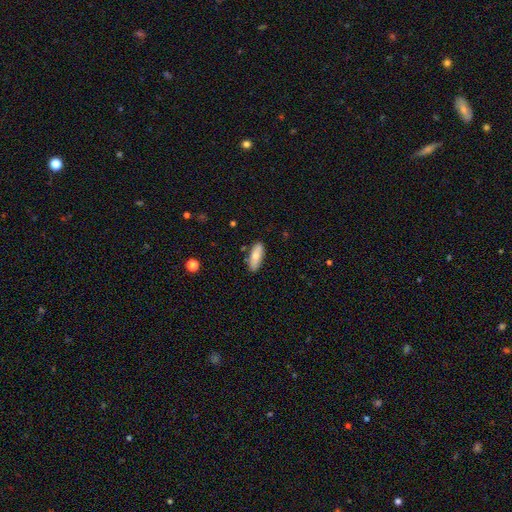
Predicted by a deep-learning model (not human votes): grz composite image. It shows a smooth galaxy with no disk features (75%) that is in between round and cigar-shaped (66%). Merging: none (83%).